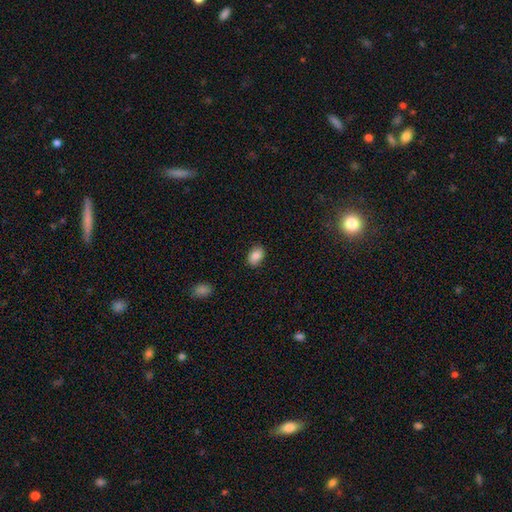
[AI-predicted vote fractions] Smooth or featured? Predicted: smooth (p=0.86). How rounded? Predicted: in between (p=0.82). Merging? Predicted: none (p=0.86).